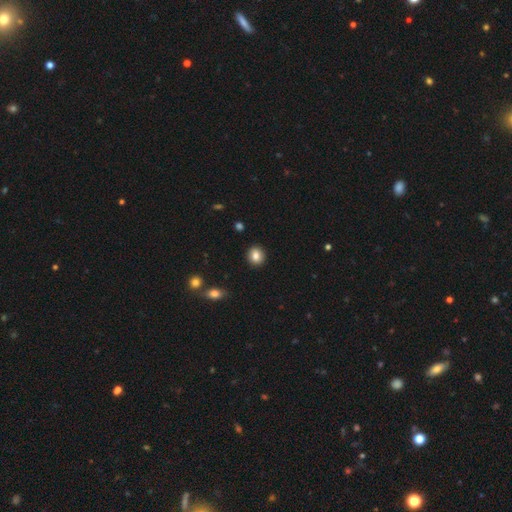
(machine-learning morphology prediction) type=smooth (84%); roundness=round (81%); merging=none (91%).